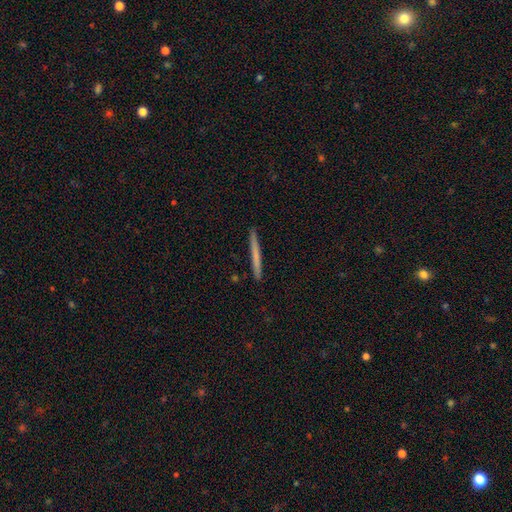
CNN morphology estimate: smooth_or_featured: smooth (p=0.63) [alt: featured or disk p=0.32]
how_rounded: cigar-shaped (p=0.97) [alt: in between p=0.02]
merging: none (p=0.92) [alt: minor disturbance p=0.06]